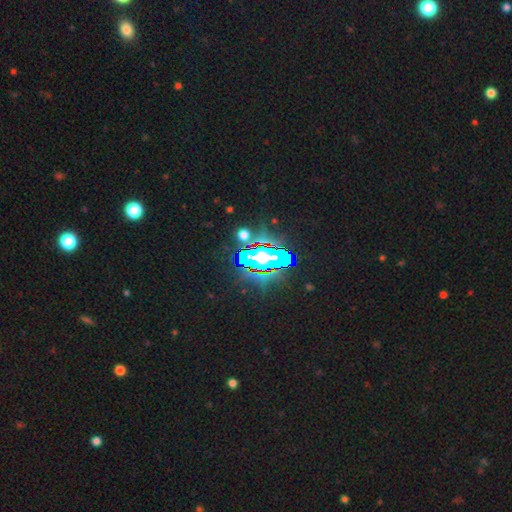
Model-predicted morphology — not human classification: The model was most divided on "smooth or featured": star or artifact: 73%, featured or disk: 15%, smooth: 13%.